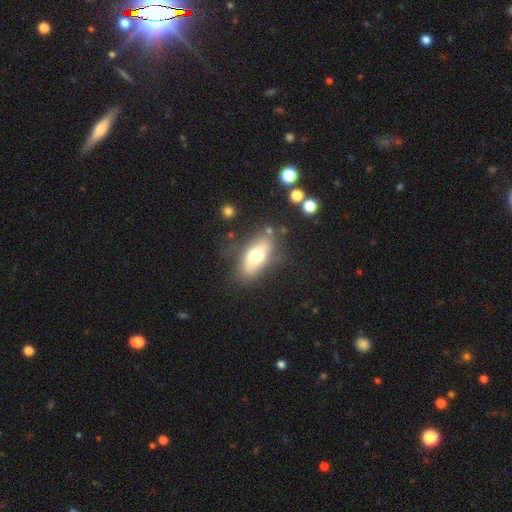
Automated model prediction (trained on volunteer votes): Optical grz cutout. It shows a smooth galaxy with no disk features (66%) that is in between round and cigar-shaped (82%). Merging: none (74%).